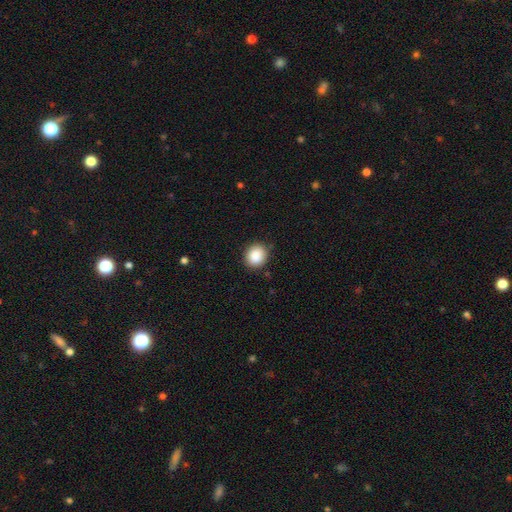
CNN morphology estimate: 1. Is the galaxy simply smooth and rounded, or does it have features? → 89% smooth, 8% star or artifact, 3% featured or disk.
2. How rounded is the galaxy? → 77% round, 22% in between, 1% cigar-shaped.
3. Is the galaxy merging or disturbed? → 87% none, 9% minor disturbance, 2% major disturbance, 1% merger.